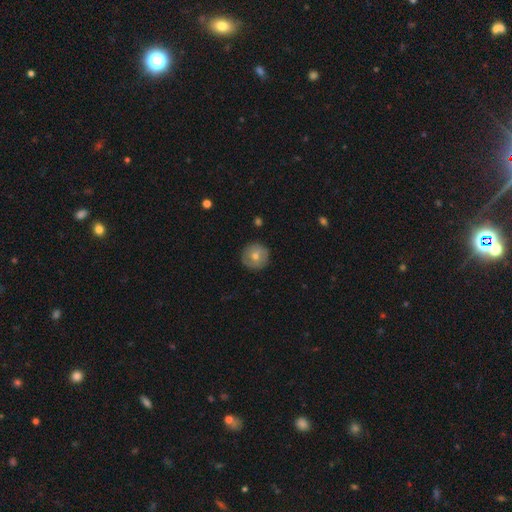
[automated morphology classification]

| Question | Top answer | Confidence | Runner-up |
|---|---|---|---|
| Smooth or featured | smooth | 63% | featured or disk (29%) |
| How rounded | round | 95% | in between (4%) |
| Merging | none | 87% | minor disturbance (10%) |